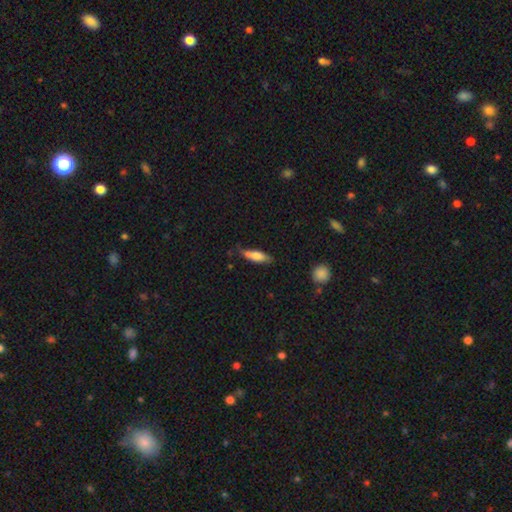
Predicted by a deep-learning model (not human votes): A smooth galaxy with no disk features (74%) that is in between round and cigar-shaped (54%). Merging: none (55%).